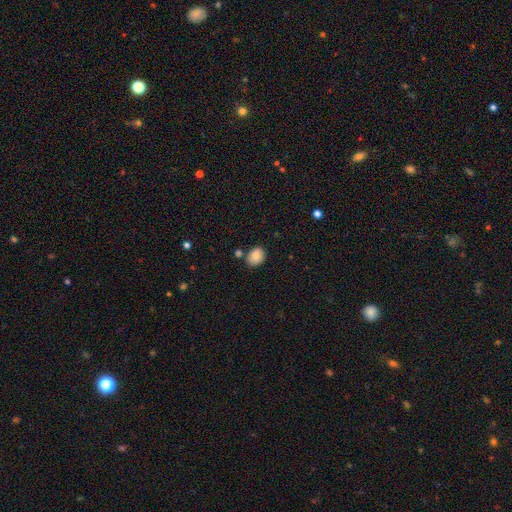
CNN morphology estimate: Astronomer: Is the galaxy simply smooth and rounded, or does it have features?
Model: smooth — 86%.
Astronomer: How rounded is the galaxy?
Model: in between — 61% (runner-up: round, 38%).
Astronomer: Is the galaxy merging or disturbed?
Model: none — 70%.